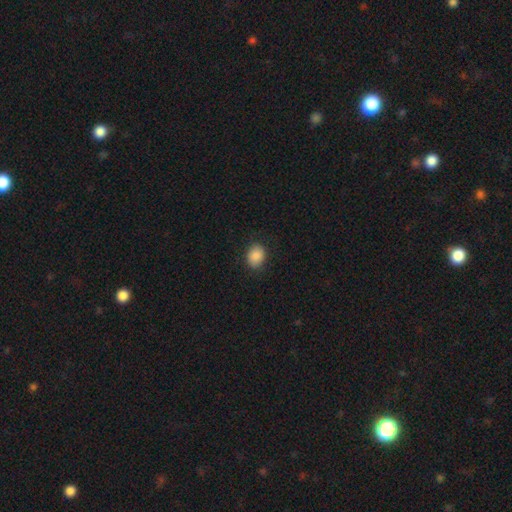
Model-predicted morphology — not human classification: Overall: smooth (88%). How rounded: in between (52%; round 47%). Merging: none (84%).